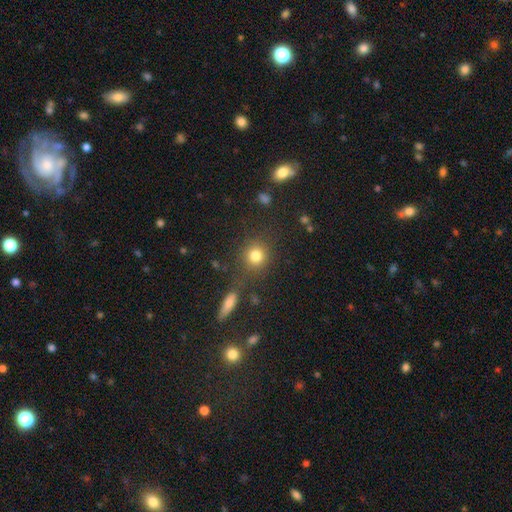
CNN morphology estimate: Smooth or featured?
  - smooth: 80% *
  - star or artifact: 13%
  - featured or disk: 7%
How rounded?
  - round: 86% *
  - in between: 12%
  - cigar-shaped: 2%
Merging?
  - none: 77% *
  - minor disturbance: 10%
  - merger: 9%
  - major disturbance: 5%